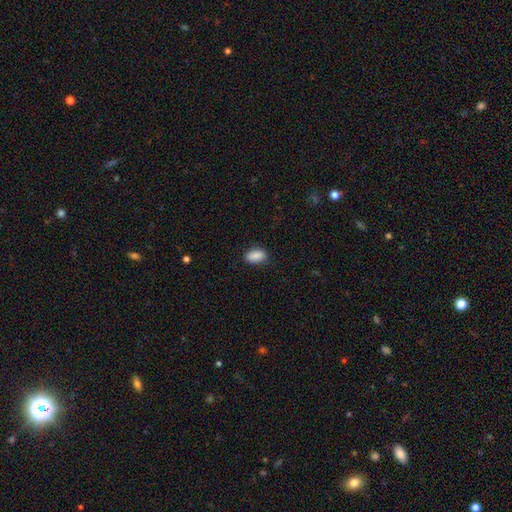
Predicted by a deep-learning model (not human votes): Q: Smooth or featured?
A: smooth (87%); runner-up: star or artifact (7%)
Q: How rounded?
A: in between (91%); runner-up: round (7%)
Q: Merging?
A: none (84%); runner-up: minor disturbance (12%)